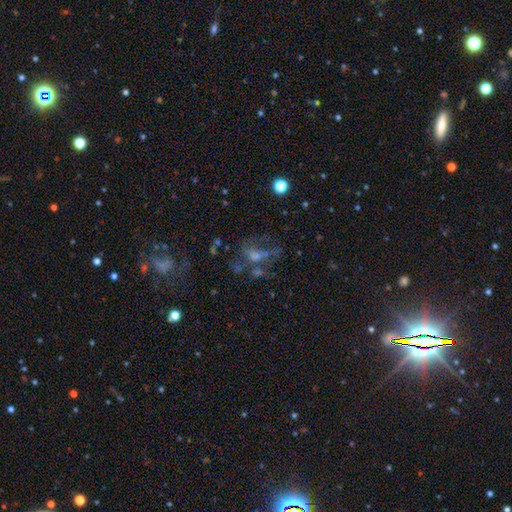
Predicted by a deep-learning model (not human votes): Smooth or featured: featured or disk — 44% (star or artifact — 32%)
Merging: none — 40% (major disturbance — 31%)